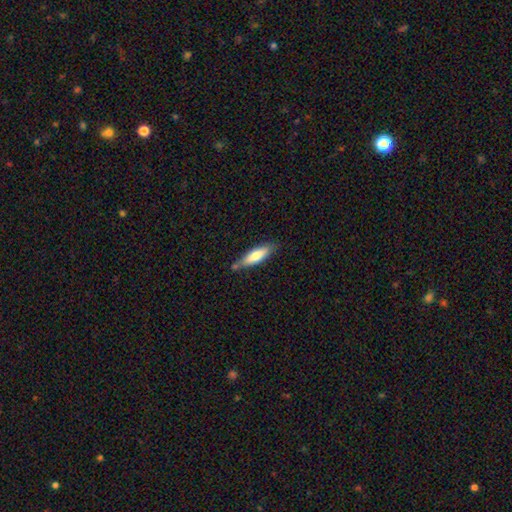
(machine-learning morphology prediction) The model was most divided on "how rounded": cigar-shaped: 60%, in between: 38%, round: 1%. More confident: smooth or featured — smooth (74%); merging — none (70%).